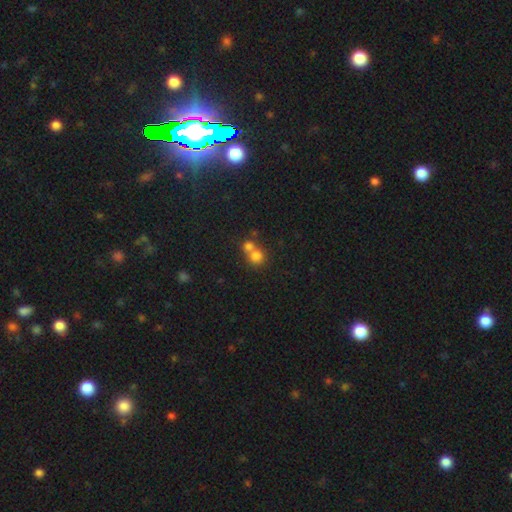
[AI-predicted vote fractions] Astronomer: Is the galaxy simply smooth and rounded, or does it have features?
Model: smooth — 76%.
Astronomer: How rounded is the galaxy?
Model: round — 87%.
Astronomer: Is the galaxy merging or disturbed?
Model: merger — 55% (runner-up: none, 38%).